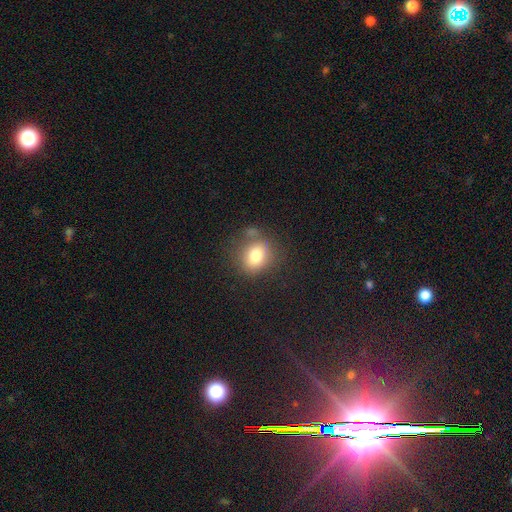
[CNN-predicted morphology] A smooth galaxy with no disk features (78%) that is round (65%).

Vote fractions:
- Smooth or featured? smooth: 78% / star or artifact: 11% / featured or disk: 11%
- How rounded? round: 65% / in between: 34% / cigar-shaped: 1%
- Merging? none: 70% / minor disturbance: 17% / merger: 7% / major disturbance: 7%